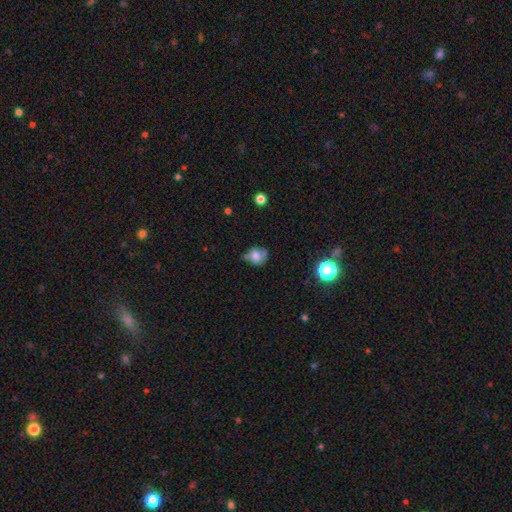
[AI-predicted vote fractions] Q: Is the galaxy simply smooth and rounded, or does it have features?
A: smooth — 61%.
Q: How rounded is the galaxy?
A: round — 71%.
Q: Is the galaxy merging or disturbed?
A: none — 50%.